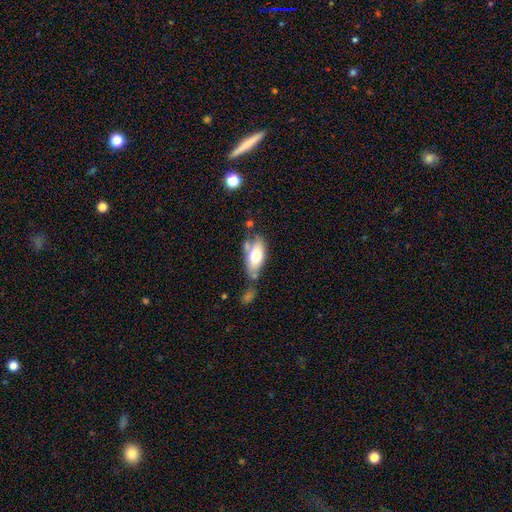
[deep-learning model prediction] Smooth or featured? Predicted: smooth (p=0.65). How rounded? Predicted: in between (p=0.87). Merging? Predicted: none (p=0.49).